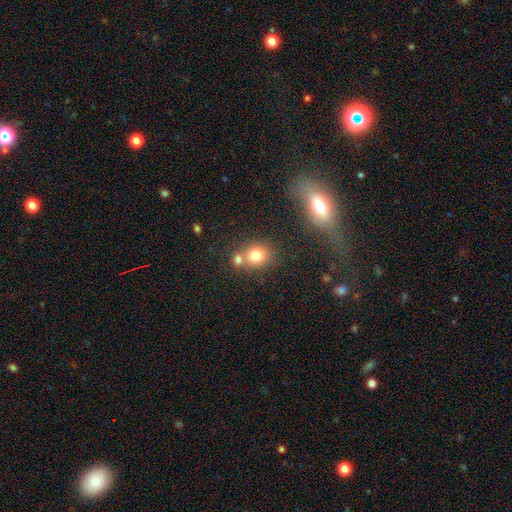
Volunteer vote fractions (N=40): A smooth galaxy with no disk features (80%) that is round (81%).

Vote fractions:
- Smooth or featured? smooth: 80% / featured or disk: 10% / star or artifact: 10%
- How rounded? round: 81% / in between: 19% / cigar-shaped: 0%
- Merging? none: 44% / merger: 42% / minor disturbance: 14% / major disturbance: 0%